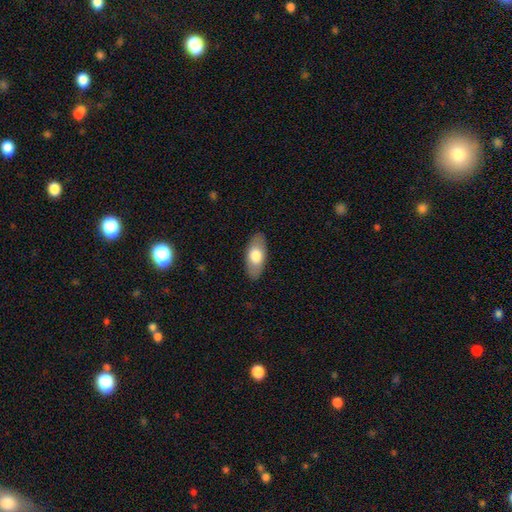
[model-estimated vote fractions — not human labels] Smooth or featured? Predicted: smooth (p=0.70). How rounded? Predicted: in between (p=0.89). Merging? Predicted: none (p=0.87).